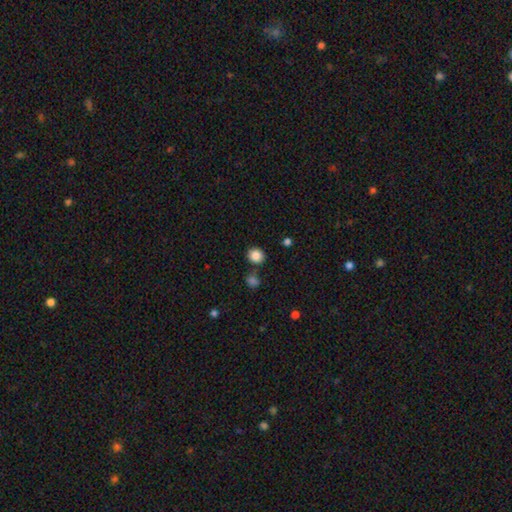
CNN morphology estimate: The model was most divided on "merging": none: 78%, minor disturbance: 10%, merger: 9%, major disturbance: 3%. More confident: smooth or featured — smooth (86%); how rounded — round (84%).